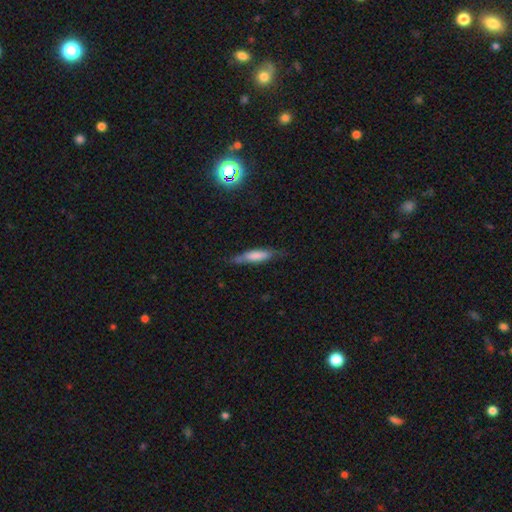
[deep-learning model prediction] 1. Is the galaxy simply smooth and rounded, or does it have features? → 63% smooth, 30% featured or disk, 7% star or artifact.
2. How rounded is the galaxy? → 77% cigar-shaped, 22% in between, 2% round.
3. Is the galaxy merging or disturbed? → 69% none, 22% minor disturbance, 6% major disturbance, 2% merger.